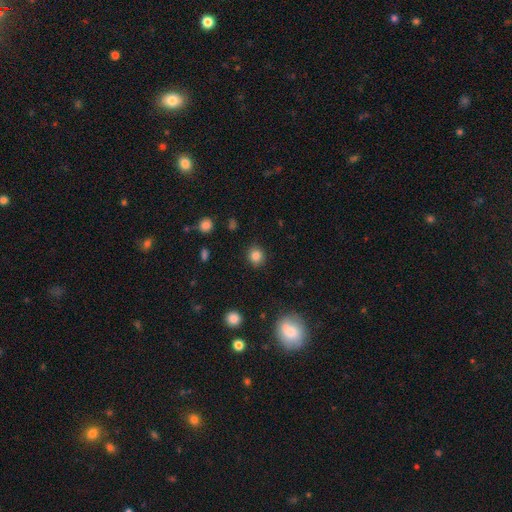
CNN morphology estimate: This is clearly a smooth galaxy (84%). How rounded: clearly round (83%). Merging: clearly none (89%).